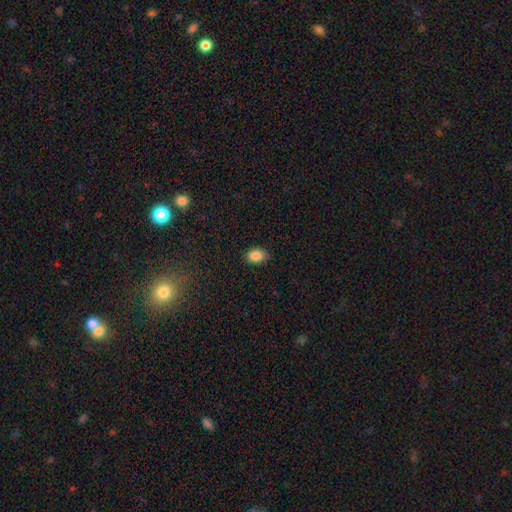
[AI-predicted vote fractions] This appears to be a smooth galaxy with no disk features (87%) that is in between round and cigar-shaped (76%). Merging: none (79%).